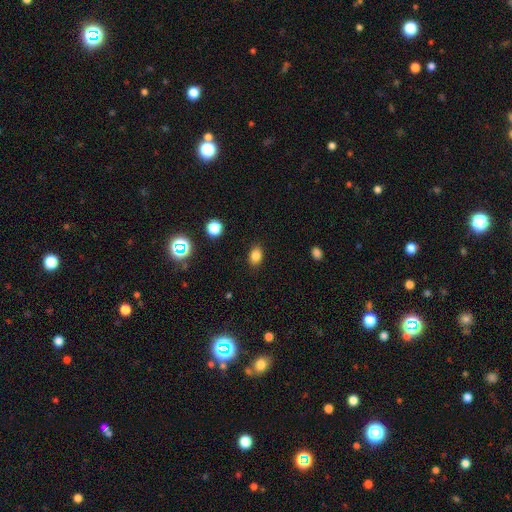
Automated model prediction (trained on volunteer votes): This appears to be a smooth galaxy with no disk features (83%) that is in between round and cigar-shaped (78%). Merging: none (87%).